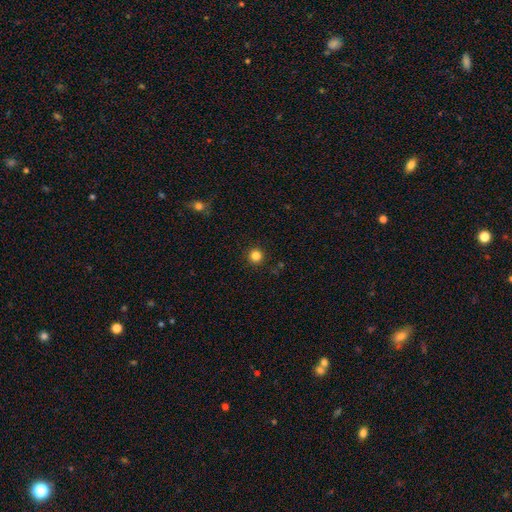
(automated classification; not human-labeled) Overall: smooth (83%). How rounded: round (95%). Merging: none (92%).